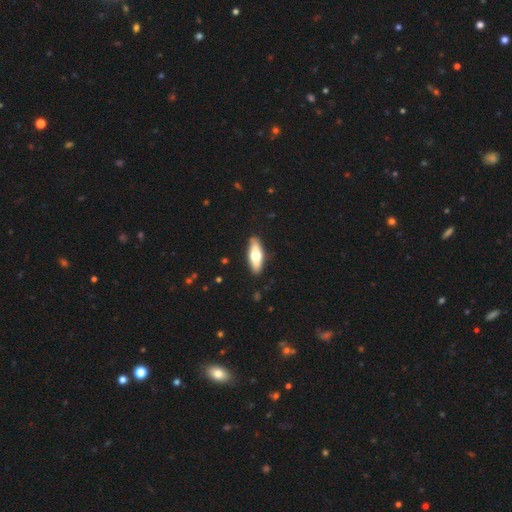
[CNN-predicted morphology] This is possibly a smooth galaxy (58%). How rounded: likely in between (62%). Merging: clearly none (89%).